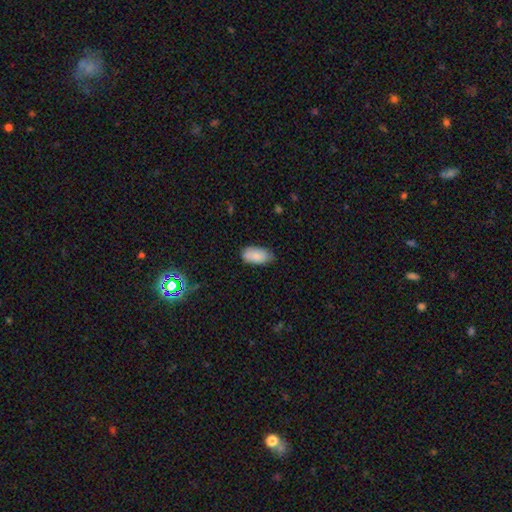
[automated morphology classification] A smooth galaxy with no disk features (85%) that is in between round and cigar-shaped (94%).

Vote fractions:
- Smooth or featured? smooth: 85% / featured or disk: 8% / star or artifact: 7%
- How rounded? in between: 94% / cigar-shaped: 3% / round: 3%
- Merging? none: 73% / minor disturbance: 22% / major disturbance: 3% / merger: 1%